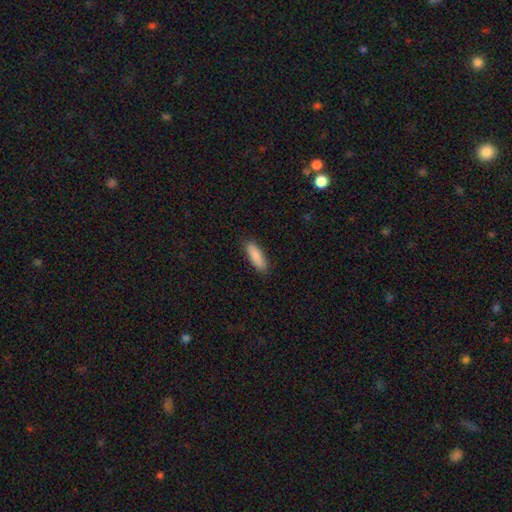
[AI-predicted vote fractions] Overall: smooth (88%). How rounded: in between (55%; cigar-shaped 43%). Merging: none (88%).